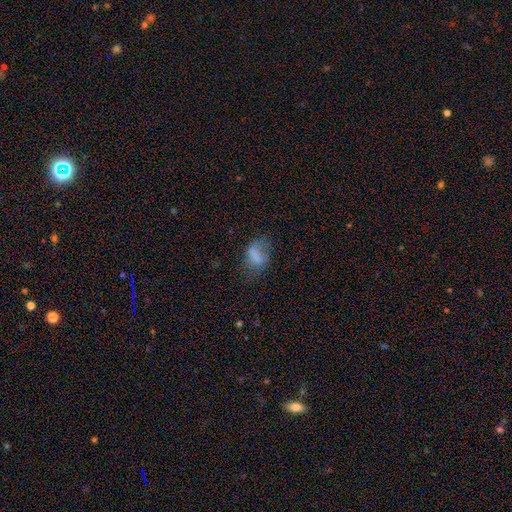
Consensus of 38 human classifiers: Smooth or featured? 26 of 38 (68%) said smooth. How rounded? 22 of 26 (85%) said in between. Merging? 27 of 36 (75%) said none.